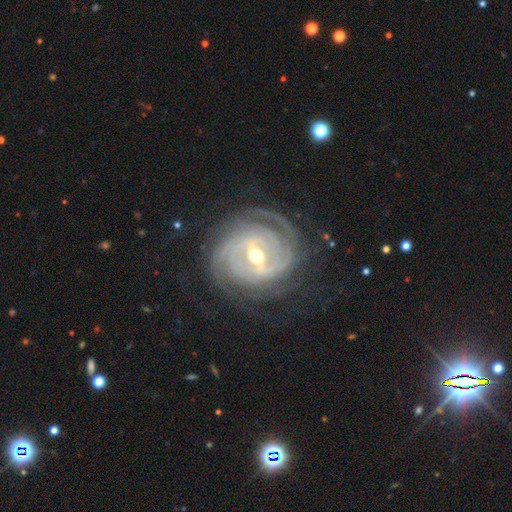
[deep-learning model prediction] This is clearly a featured or disk galaxy (91%). It is clearly not viewed edge-on (96%). Bar: possibly strong (51%). Spiral arm pattern: clearly yes (98%). Spiral arm count: marginally 3 (25%). Spiral winding: likely tight (73%). Central bulge: possibly moderate (58%). Merging: likely none (76%).